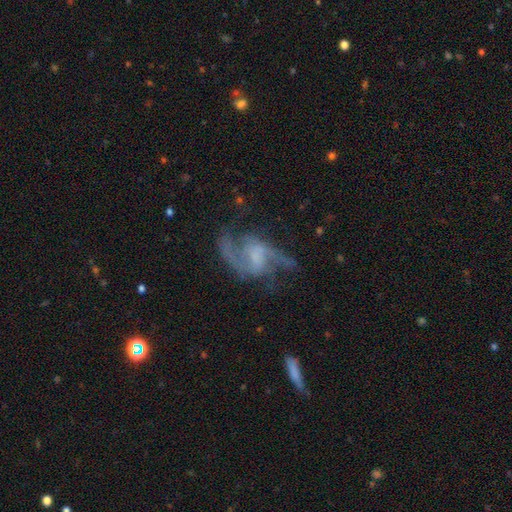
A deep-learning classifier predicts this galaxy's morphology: This is clearly a featured or disk galaxy (85%). It is clearly not viewed edge-on (97%). Bar: possibly weak (47%). Spiral arm pattern: clearly yes (94%). Spiral arm count: clearly 2 (84%). Spiral winding: possibly loose (51%). Central bulge: marginally none (39%). Merging: possibly none (56%).